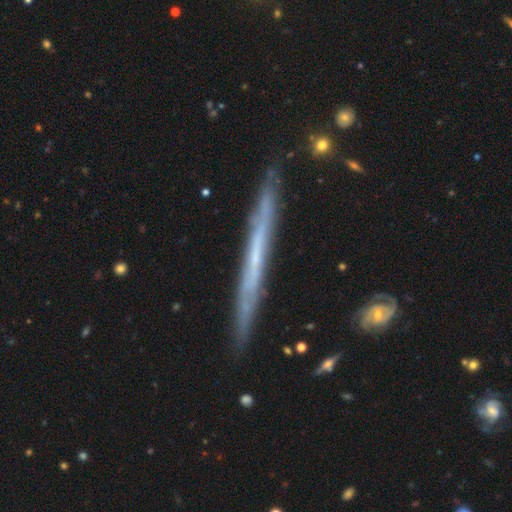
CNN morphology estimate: Q: Smooth or featured?
A: featured or disk (64%); runner-up: smooth (29%)
Q: Edge-on disk?
A: yes (94%); runner-up: no (6%)
Q: Edge-on bulge?
A: none (90%); runner-up: rounded (7%)
Q: Merging?
A: none (86%); runner-up: minor disturbance (10%)